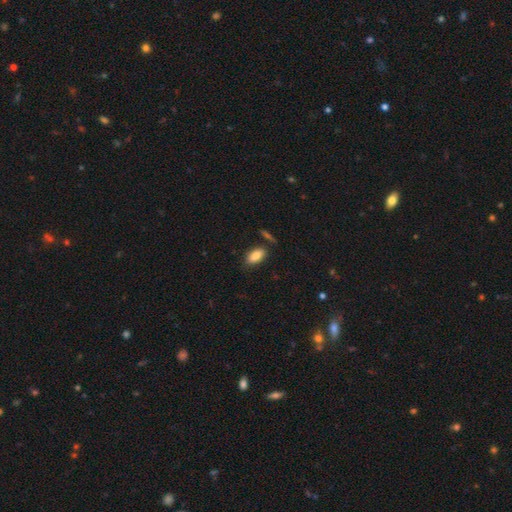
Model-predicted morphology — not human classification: type=smooth (86%); roundness=in between (90%); merging=none (79%).